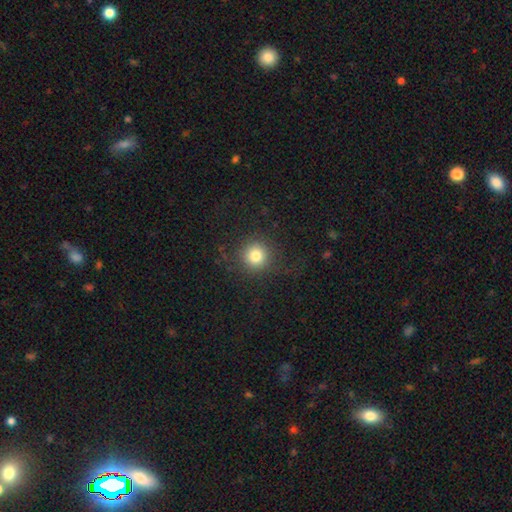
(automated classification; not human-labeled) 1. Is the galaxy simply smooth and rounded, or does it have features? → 80% smooth, 13% star or artifact, 7% featured or disk.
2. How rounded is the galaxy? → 94% round, 5% in between, 1% cigar-shaped.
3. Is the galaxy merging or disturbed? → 86% none, 8% minor disturbance, 5% major disturbance, 1% merger.